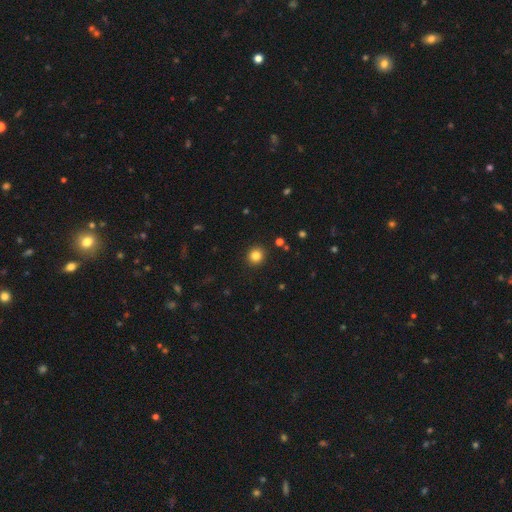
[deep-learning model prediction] Smooth or featured? Predicted: smooth (p=0.83). How rounded? Predicted: round (p=0.91). Merging? Predicted: none (p=0.92).